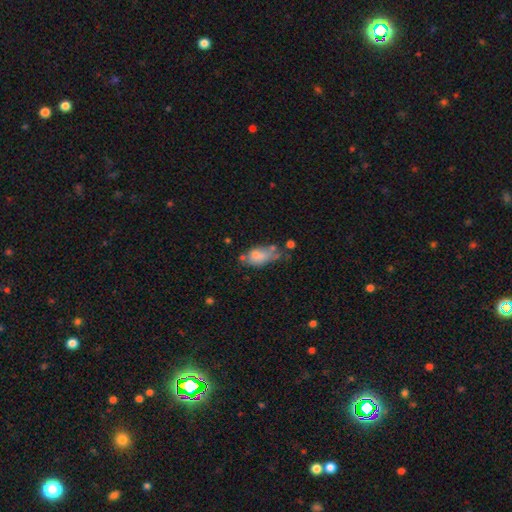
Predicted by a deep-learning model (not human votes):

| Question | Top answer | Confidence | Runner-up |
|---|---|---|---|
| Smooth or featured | smooth | 68% | featured or disk (22%) |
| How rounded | in between | 88% | cigar-shaped (7%) |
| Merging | none | 29% | tied: minor disturbance (29%) |